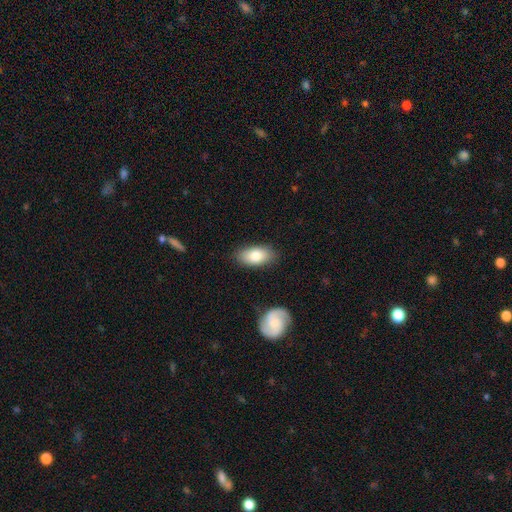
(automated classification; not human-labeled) Smooth or featured?
  - smooth: 79% *
  - featured or disk: 14%
  - star or artifact: 6%
How rounded?
  - in between: 92% *
  - round: 4%
  - cigar-shaped: 4%
Merging?
  - none: 85% *
  - minor disturbance: 11%
  - major disturbance: 3%
  - merger: 2%